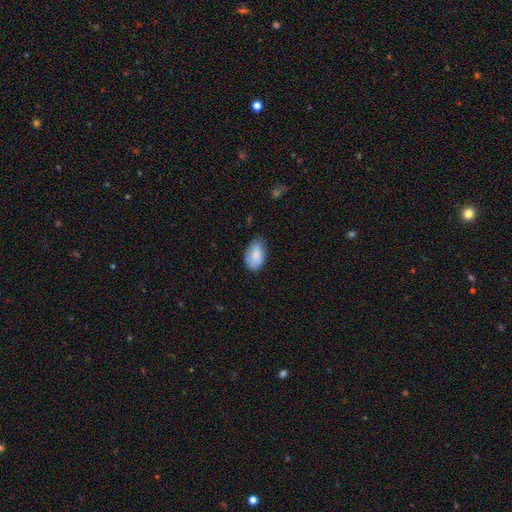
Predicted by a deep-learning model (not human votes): A smooth galaxy with no disk features (86%) that is in between round and cigar-shaped (93%). Merging: none (69%).